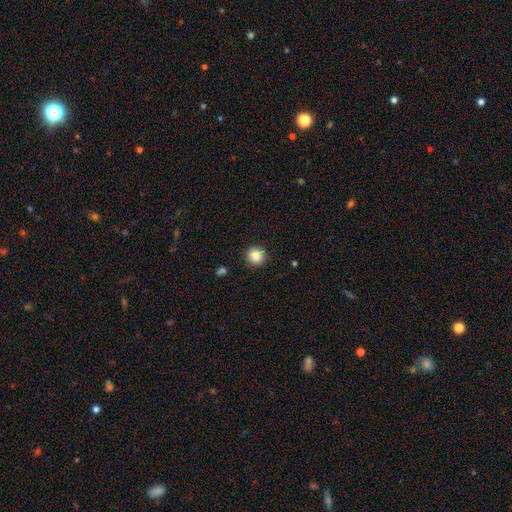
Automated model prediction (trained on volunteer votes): Smooth or featured?
  - smooth: 86% *
  - star or artifact: 10%
  - featured or disk: 4%
How rounded?
  - round: 92% *
  - in between: 7%
  - cigar-shaped: 1%
Merging?
  - none: 91% *
  - minor disturbance: 6%
  - major disturbance: 2%
  - merger: 1%